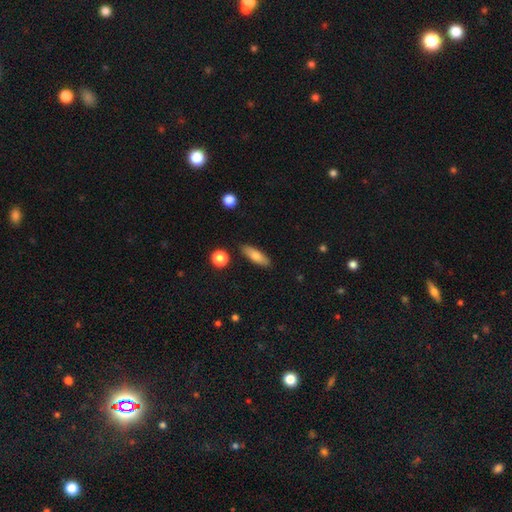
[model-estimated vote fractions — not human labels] Smooth or featured?
  - smooth: 78% *
  - featured or disk: 15%
  - star or artifact: 7%
How rounded?
  - cigar-shaped: 49% *
  - in between: 48%
  - round: 3%
Merging?
  - none: 87% *
  - minor disturbance: 9%
  - merger: 2%
  - major disturbance: 2%